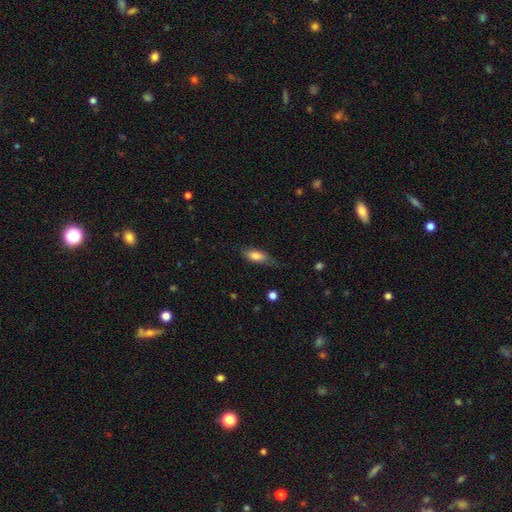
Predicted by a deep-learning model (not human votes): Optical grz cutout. It shows a smooth galaxy with no disk features (80%) that is in between round and cigar-shaped (78%). Merging: none (56%).